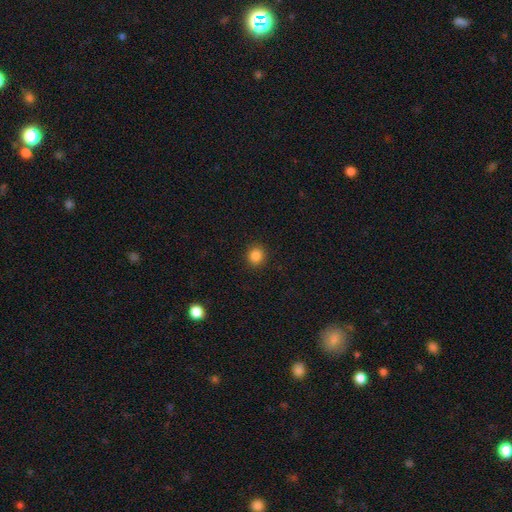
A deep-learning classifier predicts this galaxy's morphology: This appears to be a smooth galaxy with no disk features (85%) that is round (87%). Merging: none (91%).